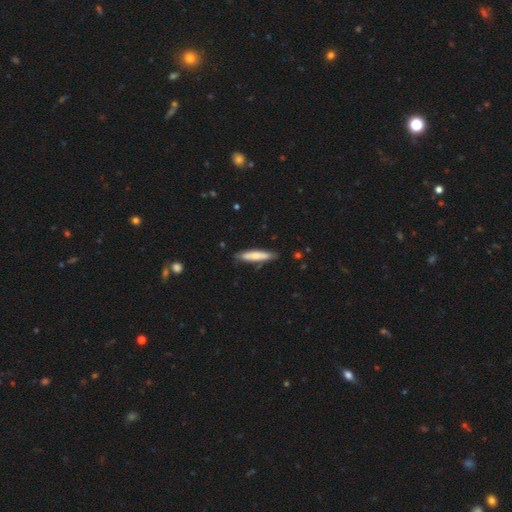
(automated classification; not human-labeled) Q: Smooth or featured?
A: smooth (67%); runner-up: featured or disk (27%)
Q: How rounded?
A: cigar-shaped (84%); runner-up: in between (15%)
Q: Merging?
A: none (82%); runner-up: minor disturbance (14%)